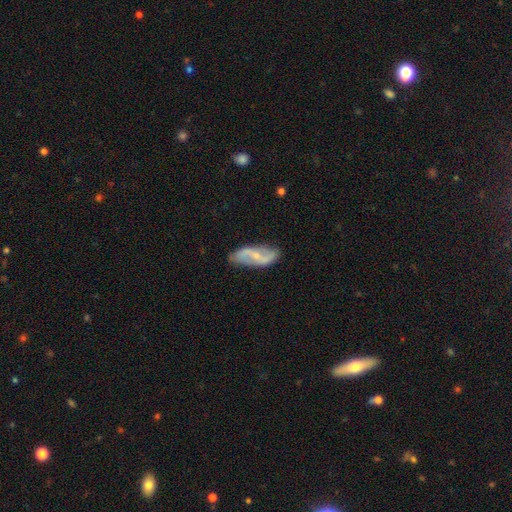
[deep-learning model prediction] smooth_or_featured: featured or disk (p=0.76) [alt: smooth p=0.18]
disk_edge_on: no (p=0.92) [alt: yes p=0.08]
bar: weak (p=0.43) [alt: no p=0.35]
has_spiral_arms: yes (p=0.91) [alt: no p=0.09]
spiral_winding: loose (p=0.68) [alt: medium p=0.23]
spiral_arm_count: 2 (p=0.91) [alt: can't tell p=0.05]
bulge_size: small (p=0.69) [alt: moderate p=0.21]
merging: none (p=0.78) [alt: minor disturbance p=0.17]